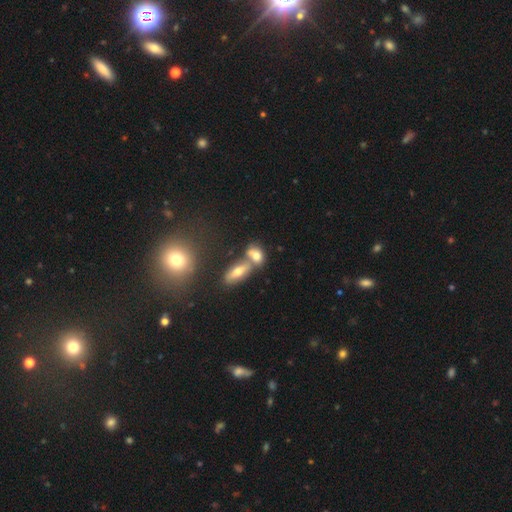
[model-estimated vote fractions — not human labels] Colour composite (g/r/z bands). It shows a smooth galaxy with no disk features (66%) that is in between round and cigar-shaped (74%). Merging: merger (52%).